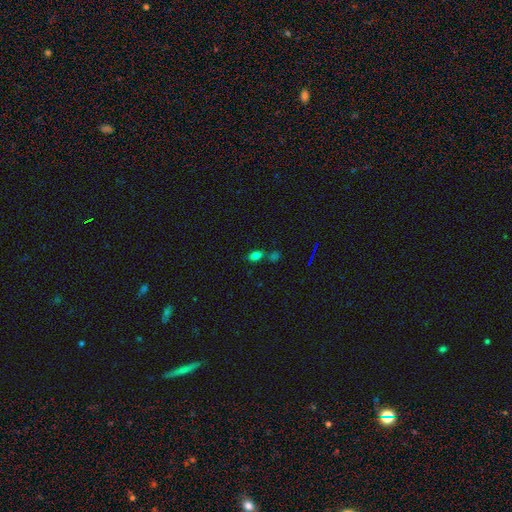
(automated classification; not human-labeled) A smooth galaxy with no disk features (74%) that is in between round and cigar-shaped (85%).

Vote fractions:
- Smooth or featured? smooth: 74% / star or artifact: 19% / featured or disk: 7%
- How rounded? in between: 85% / round: 11% / cigar-shaped: 3%
- Merging? none: 59% / merger: 24% / minor disturbance: 12% / major disturbance: 5%